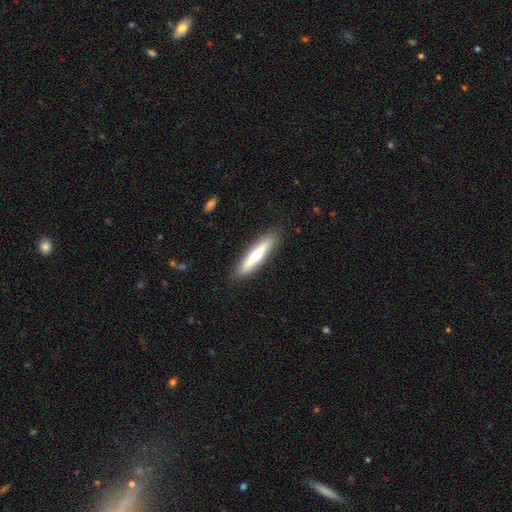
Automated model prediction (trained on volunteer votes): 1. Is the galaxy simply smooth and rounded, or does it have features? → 48% smooth, 47% featured or disk, 5% star or artifact.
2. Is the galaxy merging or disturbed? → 88% none, 9% minor disturbance, 2% major disturbance, 1% merger.